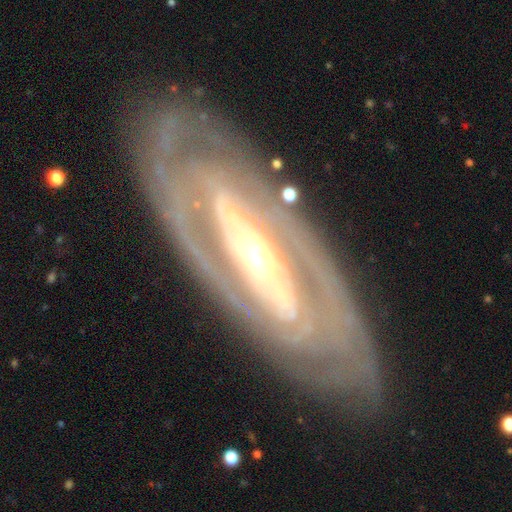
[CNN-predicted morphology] Smooth or featured?
  - featured or disk: 90% *
  - smooth: 6%
  - star or artifact: 4%
Edge-on disk?
  - no: 89% *
  - yes: 11%
Bar?
  - strong: 46% *
  - weak: 27%
  - no: 27%
Spiral arms?
  - yes: 90% *
  - no: 10%
Spiral winding?
  - tight: 59% *
  - medium: 31%
  - loose: 10%
Spiral arm count?
  - 2: 62% *
  - can't tell: 17%
  - 3: 8%
  - 1: 4%
  - 4: 4%
  - more than 4: 4%
Bulge size?
  - moderate: 61% *
  - small: 29%
  - large: 7%
  - dominant: 1%
  - none: 1%
Merging?
  - none: 74% *
  - minor disturbance: 16%
  - major disturbance: 7%
  - merger: 2%